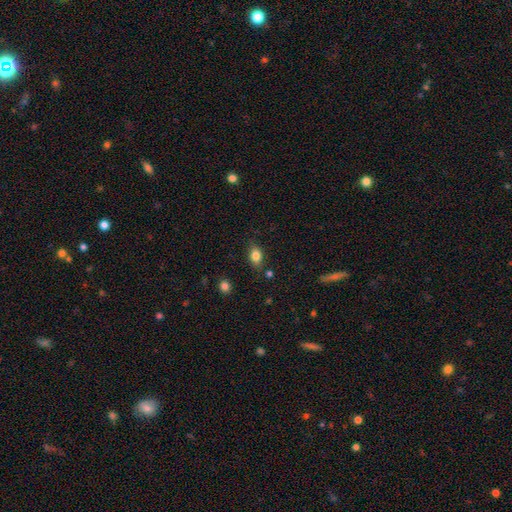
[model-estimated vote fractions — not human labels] Smooth or featured? smooth (81%)
How rounded? in between (76%)
Merging? none (80%)